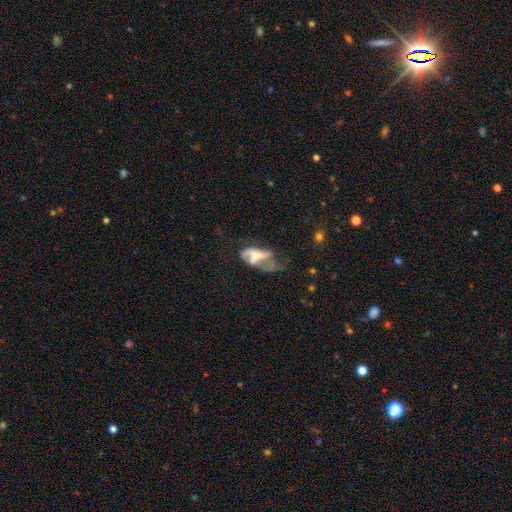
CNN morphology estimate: Smooth or featured? featured or disk (54%)
Edge-on disk? no (93%)
Bar? no (59%)
Spiral arms? yes (50%, tied with no)
Bulge size? moderate (35%)
Merging? major disturbance (49%)